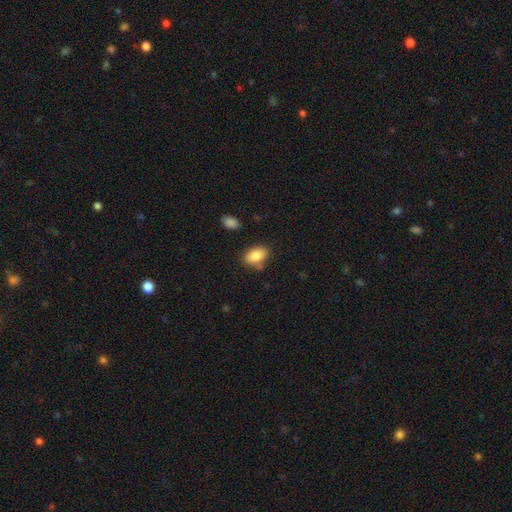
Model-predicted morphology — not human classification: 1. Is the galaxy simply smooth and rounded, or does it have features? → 86% smooth, 7% star or artifact, 7% featured or disk.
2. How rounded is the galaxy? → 89% in between, 9% round, 2% cigar-shaped.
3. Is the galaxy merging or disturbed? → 75% none, 15% minor disturbance, 6% merger, 4% major disturbance.